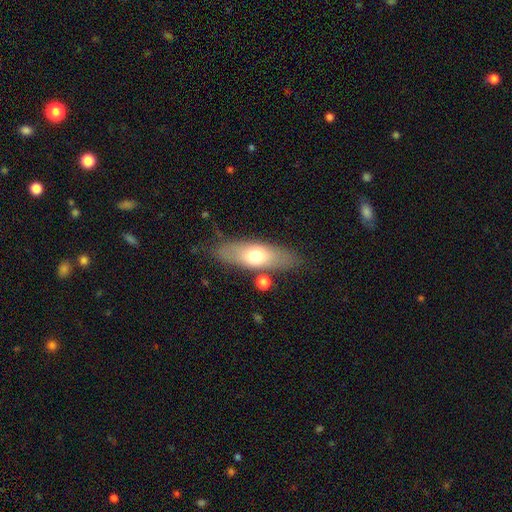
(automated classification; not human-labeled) Smooth or featured? Predicted: smooth (p=0.64). How rounded? Predicted: in between (p=0.63). Merging? Predicted: none (p=0.76).